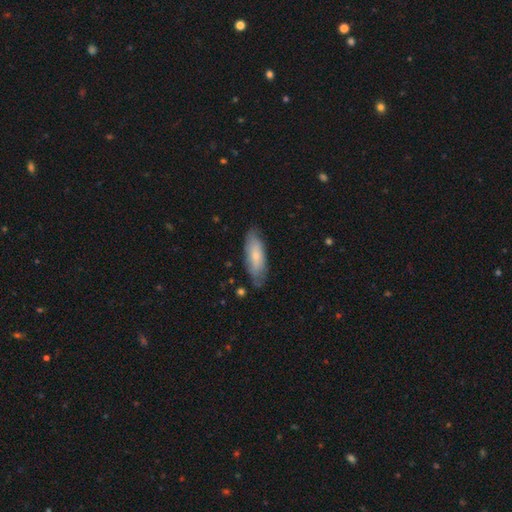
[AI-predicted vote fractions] Smooth or featured? Predicted: smooth (p=0.61). How rounded? Predicted: in between (p=0.62). Merging? Predicted: none (p=0.74).